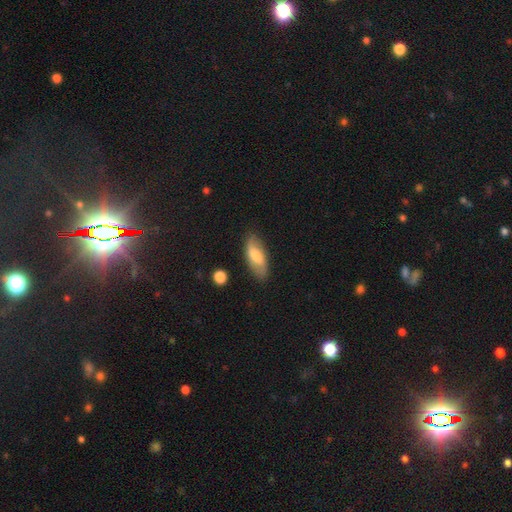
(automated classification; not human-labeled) Smooth or featured? Predicted: smooth (p=0.63). How rounded? Predicted: in between (p=0.82). Merging? Predicted: none (p=0.79).